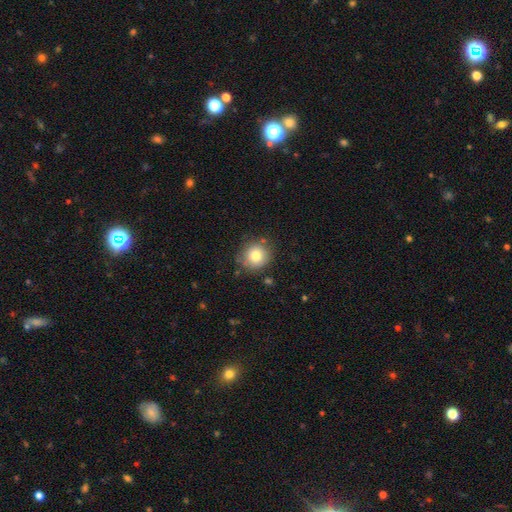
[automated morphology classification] type=smooth (79%); roundness=round (90%); merging=none (82%).